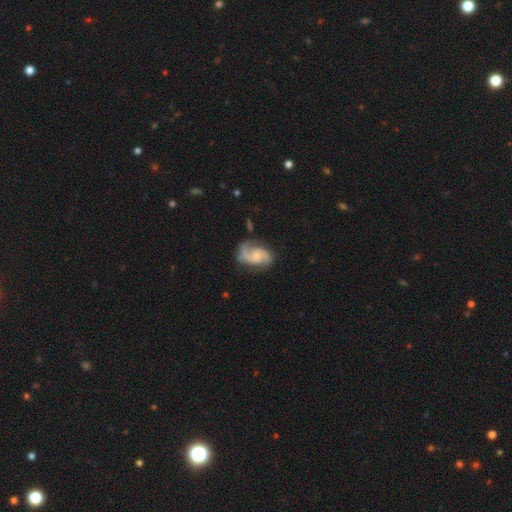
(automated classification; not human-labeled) A featured or disk galaxy (86%) with no bar (57%), 2 (89%) medium (52%) spiral arms (97%) and a small central bulge (44%).

Vote fractions:
- Smooth or featured? featured or disk: 86% / smooth: 9% / star or artifact: 5%
- Edge-on disk? no: 98% / yes: 2%
- Bar? no: 57% / weak: 36% / strong: 7%
- Spiral arms? yes: 97% / no: 3%
- Spiral winding? medium: 52% / loose: 30% / tight: 18%
- Spiral arm count? 2: 89% / 1: 4% / can't tell: 3% / 3: 2% / 4: 1% / more than 4: 1%
- Bulge size? small: 44% / moderate: 28% / none: 21% / large: 5% / dominant: 1%
- Merging? none: 68% / minor disturbance: 20% / major disturbance: 10% / merger: 3%